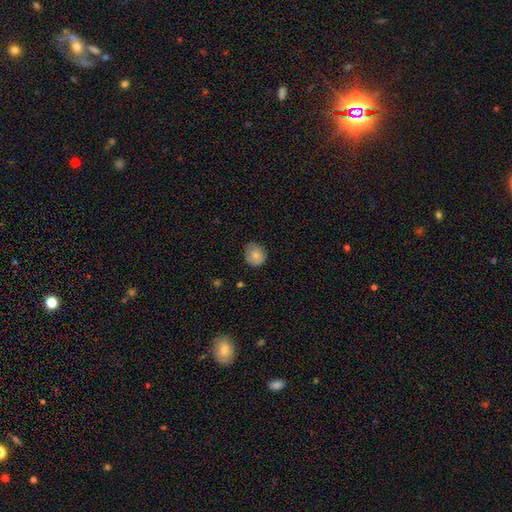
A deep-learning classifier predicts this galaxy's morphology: A smooth galaxy with no disk features (77%) that is round (71%). Merging: none (74%).